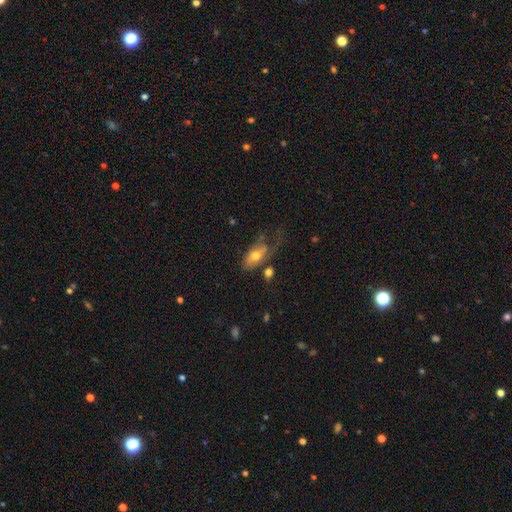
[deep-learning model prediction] Smooth or featured? smooth (61%)
How rounded? in between (87%)
Merging? none (35%)